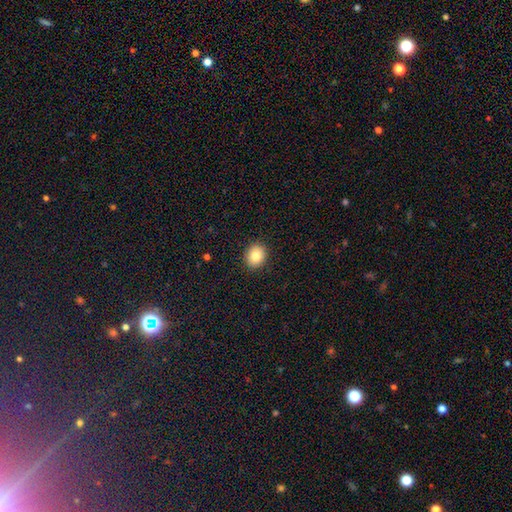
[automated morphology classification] type=smooth (83%); roundness=round (66%); merging=none (91%).